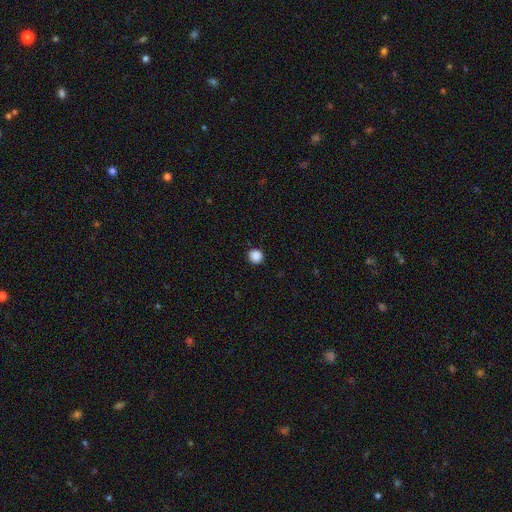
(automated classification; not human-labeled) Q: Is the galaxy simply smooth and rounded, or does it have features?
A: smooth — 88%.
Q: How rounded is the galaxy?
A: round — 95%.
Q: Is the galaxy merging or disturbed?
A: none — 92%.